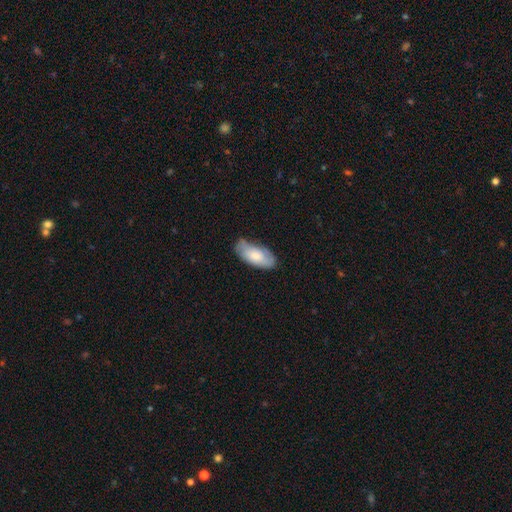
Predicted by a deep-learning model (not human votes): Overall: smooth (69%). How rounded: in between (89%). Merging: none (64%; minor disturbance 29%).